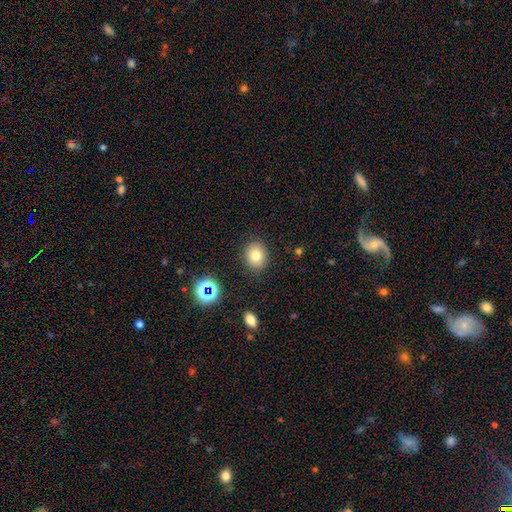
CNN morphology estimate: A smooth galaxy with no disk features (78%) that is round (60%). Merging: none (86%).